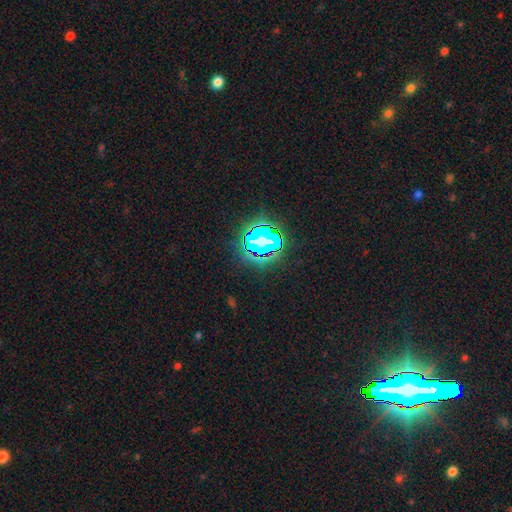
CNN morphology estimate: smooth-or-featured: star or artifact: 84% | smooth: 9% | featured or disk: 7%